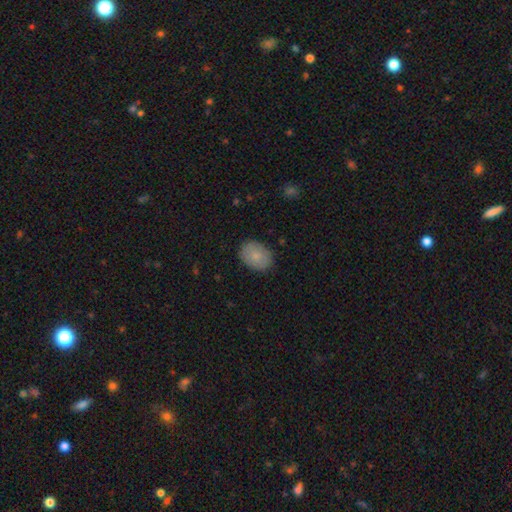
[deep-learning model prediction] Smooth or featured? smooth (82%)
How rounded? in between (70%)
Merging? none (86%)